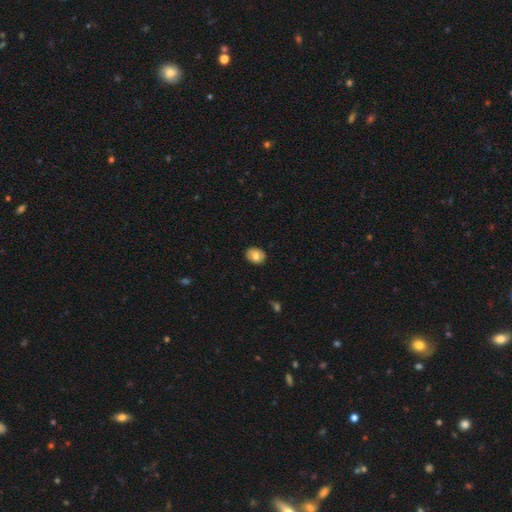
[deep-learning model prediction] Q: Smooth or featured?
A: smooth (72%); runner-up: featured or disk (20%)
Q: How rounded?
A: in between (52%); runner-up: round (47%)
Q: Merging?
A: none (86%); runner-up: minor disturbance (11%)